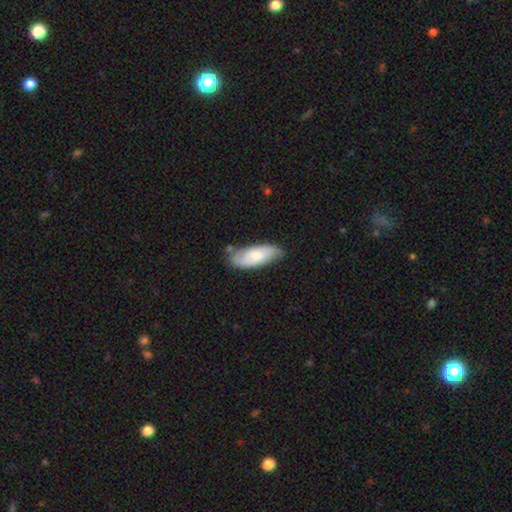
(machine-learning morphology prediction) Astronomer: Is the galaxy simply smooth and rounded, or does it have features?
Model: smooth — 63%.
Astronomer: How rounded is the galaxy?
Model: in between — 75%.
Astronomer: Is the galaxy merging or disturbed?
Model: none — 68%.